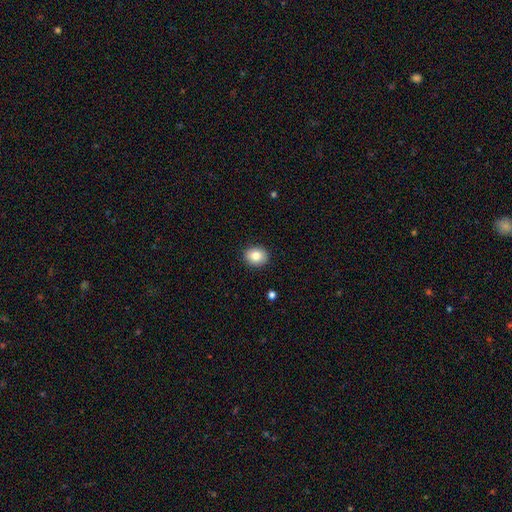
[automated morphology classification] Smooth or featured?
  - smooth: 83% *
  - star or artifact: 9%
  - featured or disk: 8%
How rounded?
  - round: 59% *
  - in between: 40%
  - cigar-shaped: 1%
Merging?
  - none: 91% *
  - minor disturbance: 6%
  - major disturbance: 2%
  - merger: 1%